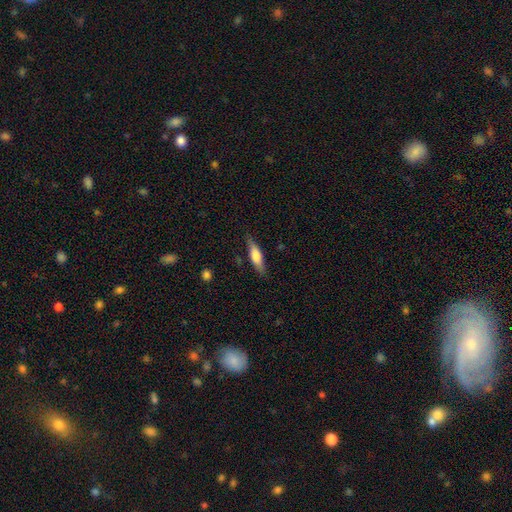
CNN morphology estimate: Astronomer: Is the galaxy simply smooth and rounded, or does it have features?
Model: smooth — 64%.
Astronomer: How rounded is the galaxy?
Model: cigar-shaped — 59% (runner-up: in between, 38%).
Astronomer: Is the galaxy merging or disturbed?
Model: none — 81%.